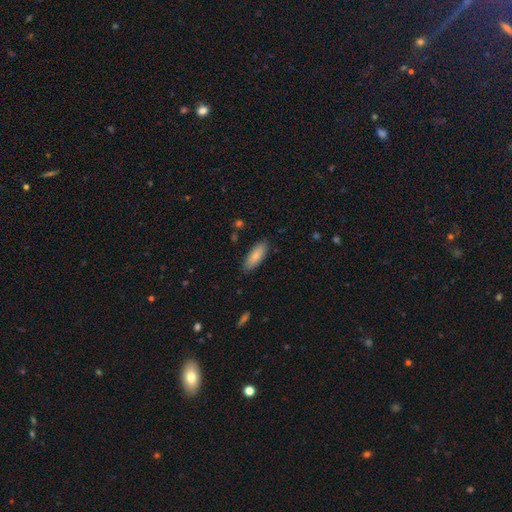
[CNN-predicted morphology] A smooth galaxy with no disk features (83%) that is in between round and cigar-shaped (70%). Merging: none (86%).